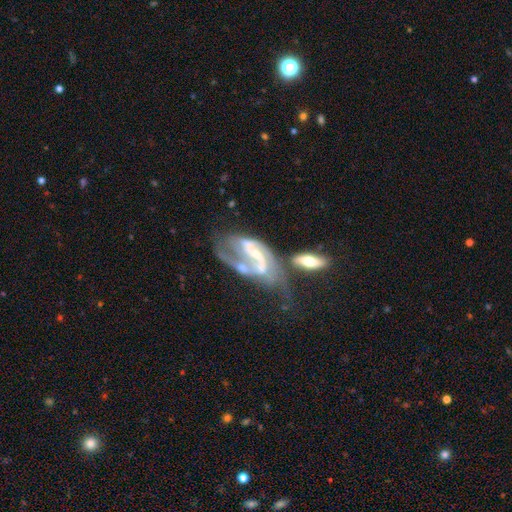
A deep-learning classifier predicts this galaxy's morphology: Smooth or featured?
  - featured or disk: 85% *
  - smooth: 8%
  - star or artifact: 7%
Edge-on disk?
  - no: 95% *
  - yes: 5%
Bar?
  - weak: 40% *
  - strong: 35%
  - no: 25%
Spiral arms?
  - yes: 91% *
  - no: 9%
Spiral winding?
  - medium: 44% *
  - loose: 38%
  - tight: 18%
Spiral arm count?
  - 2: 74% *
  - can't tell: 10%
  - 1: 9%
  - 3: 3%
  - 4: 1%
  - more than 4: 1%
Bulge size?
  - small: 47% *
  - none: 24%
  - moderate: 24%
  - large: 3%
  - dominant: 1%
Merging?
  - merger: 30% *
  - major disturbance: 29%
  - none: 25%
  - minor disturbance: 16%